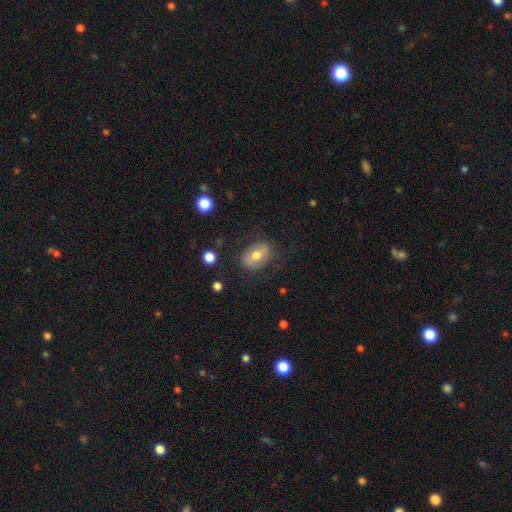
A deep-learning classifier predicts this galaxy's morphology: Smooth or featured? smooth (59%)
How rounded? in between (78%)
Merging? none (74%)